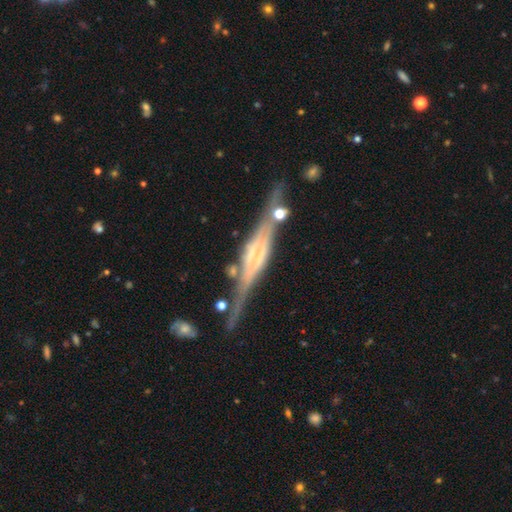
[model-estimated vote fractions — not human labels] Overall: featured or disk (83%). Edge-on disk: yes (94%). Edge-on bulge: boxy (53%; rounded 29%). Merging: none (67%).